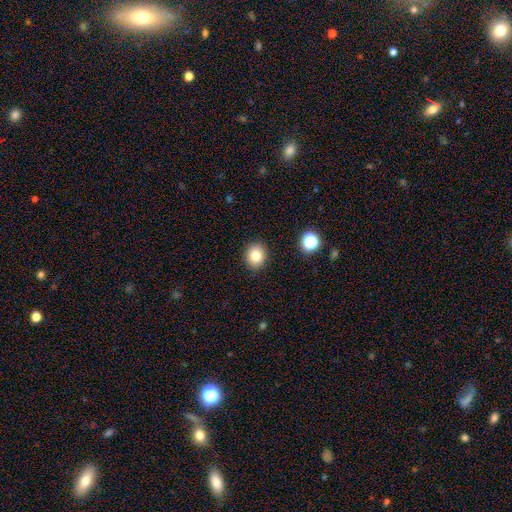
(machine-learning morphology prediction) This is clearly a smooth galaxy (82%). How rounded: likely round (66%). Merging: clearly none (89%).